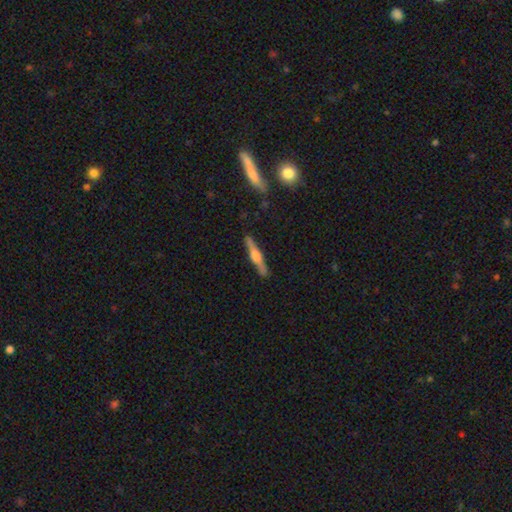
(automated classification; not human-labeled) Smooth or featured?
  - featured or disk: 66% *
  - smooth: 28%
  - star or artifact: 6%
Edge-on disk?
  - yes: 97% *
  - no: 3%
Edge-on bulge?
  - rounded: 79% *
  - boxy: 16%
  - none: 5%
Merging?
  - none: 89% *
  - minor disturbance: 8%
  - major disturbance: 2%
  - merger: 1%